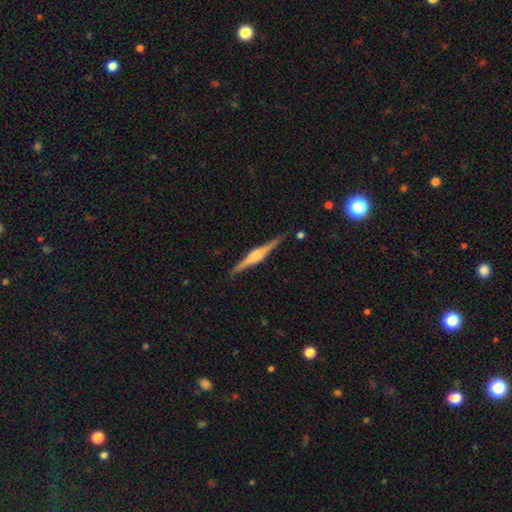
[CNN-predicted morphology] A featured or disk galaxy (80%) viewed edge-on (98%) with a rounded central bulge (71%).

Vote fractions:
- Smooth or featured? featured or disk: 80% / smooth: 15% / star or artifact: 6%
- Edge-on disk? yes: 98% / no: 2%
- Edge-on bulge? rounded: 71% / boxy: 25% / none: 5%
- Merging? none: 85% / minor disturbance: 11% / major disturbance: 2% / merger: 2%